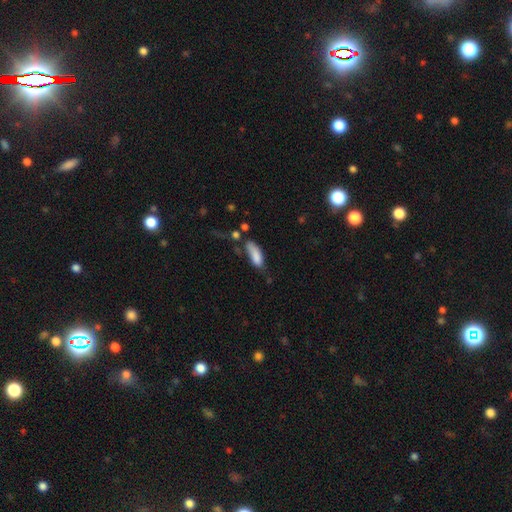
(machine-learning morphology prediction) Q: Smooth or featured?
A: smooth (82%); runner-up: featured or disk (10%)
Q: How rounded?
A: in between (68%); runner-up: cigar-shaped (30%)
Q: Merging?
A: none (40%); runner-up: minor disturbance (32%)